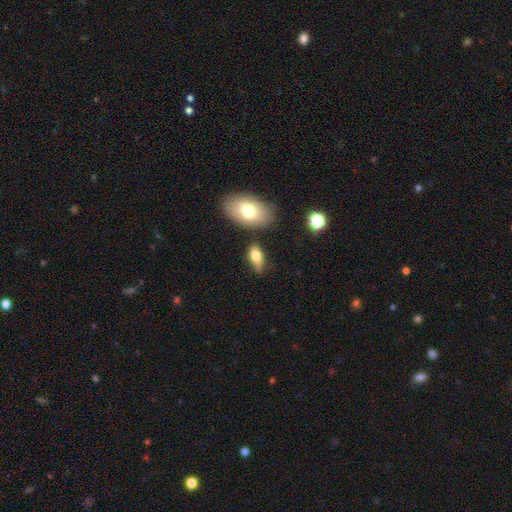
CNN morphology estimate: Smooth or featured?
  - smooth: 75% *
  - featured or disk: 17%
  - star or artifact: 8%
How rounded?
  - in between: 87% *
  - cigar-shaped: 7%
  - round: 6%
Merging?
  - none: 64% *
  - minor disturbance: 21%
  - merger: 9%
  - major disturbance: 6%